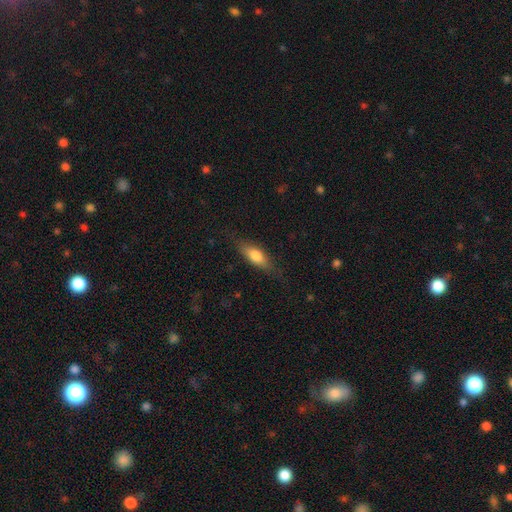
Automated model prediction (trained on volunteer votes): This appears to be a smooth galaxy with no disk features (69%) that is in between round and cigar-shaped (62%). Merging: none (78%).